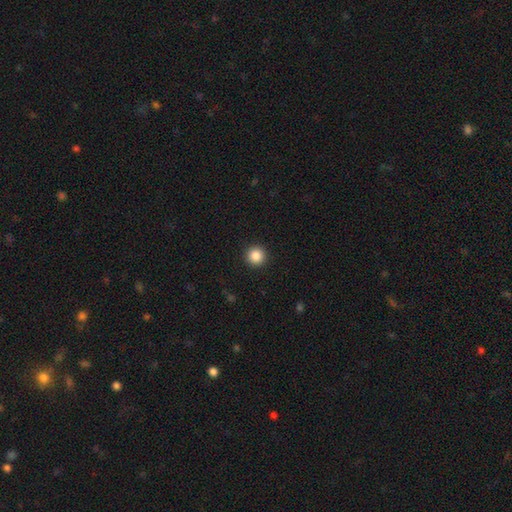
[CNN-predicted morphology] smooth-or-featured: smooth: 86% | star or artifact: 10% | featured or disk: 4%
  how-rounded: round: 96% | in between: 3% | cigar-shaped: 1%
  merging: none: 93% | minor disturbance: 4% | major disturbance: 2% | merger: 1%